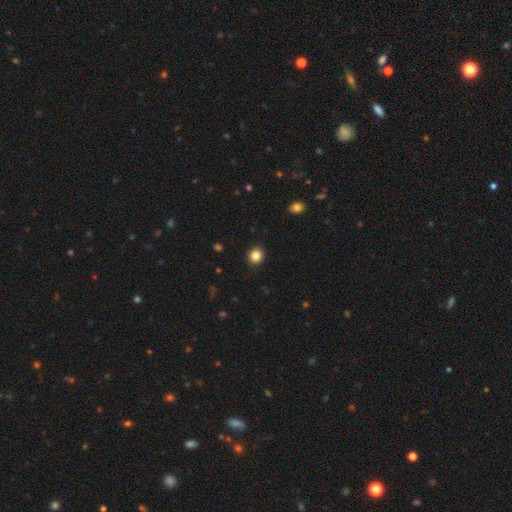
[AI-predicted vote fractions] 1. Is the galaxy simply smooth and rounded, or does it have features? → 85% smooth, 11% star or artifact, 4% featured or disk.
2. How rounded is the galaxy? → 85% round, 14% in between, 1% cigar-shaped.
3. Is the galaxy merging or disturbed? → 92% none, 5% minor disturbance, 2% major disturbance, 1% merger.